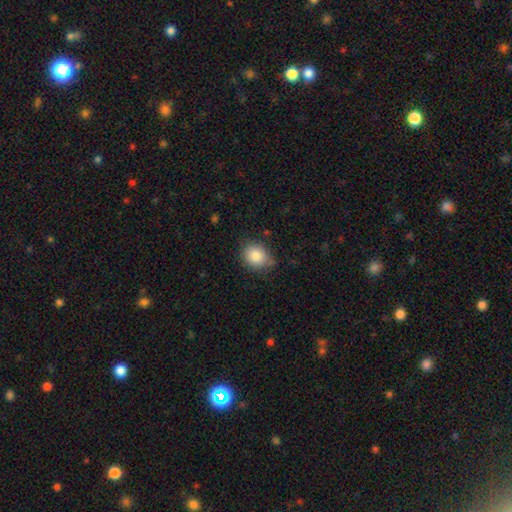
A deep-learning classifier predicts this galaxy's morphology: This is clearly a smooth galaxy (85%). How rounded: likely round (65%). Merging: likely none (74%).